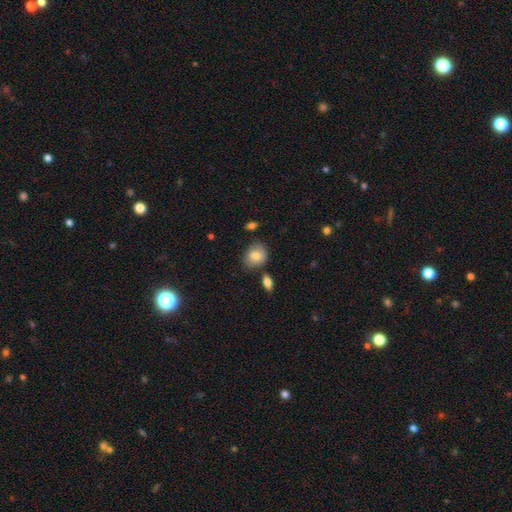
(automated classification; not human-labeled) A smooth galaxy with no disk features (77%) that is round (55%). Merging: none (68%).